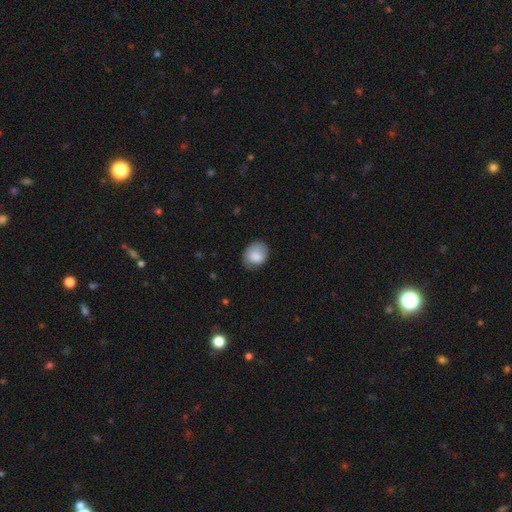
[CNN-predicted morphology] A smooth galaxy with no disk features (84%) that is round (54%). Merging: none (70%).